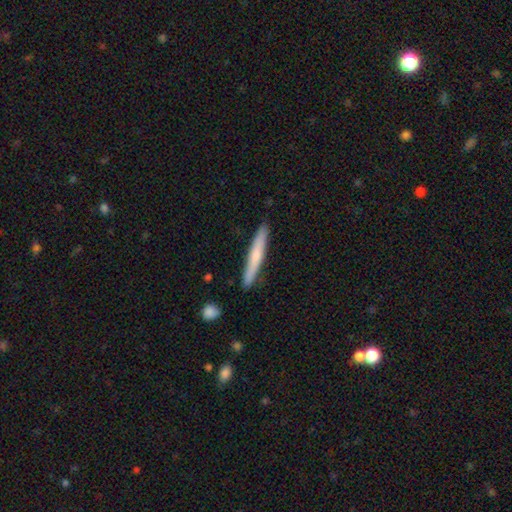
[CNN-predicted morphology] type=smooth (58%); roundness=cigar-shaped (96%); merging=none (89%).